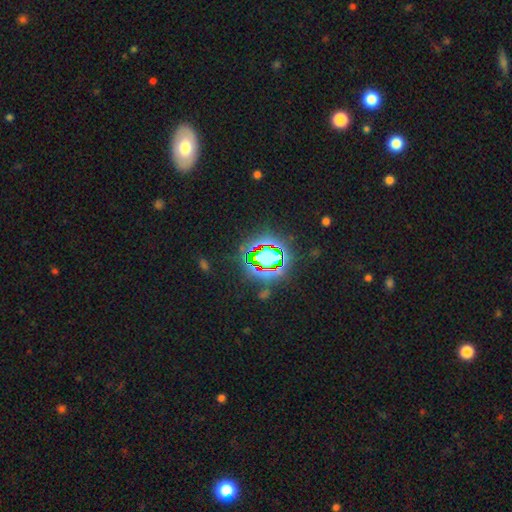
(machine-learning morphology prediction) Smooth or featured: star or artifact — 72% (smooth — 16%)